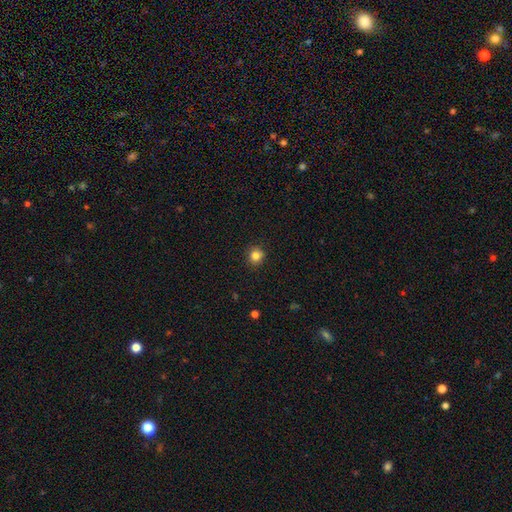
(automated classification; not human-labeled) Smooth or featured? smooth (84%)
How rounded? round (92%)
Merging? none (92%)